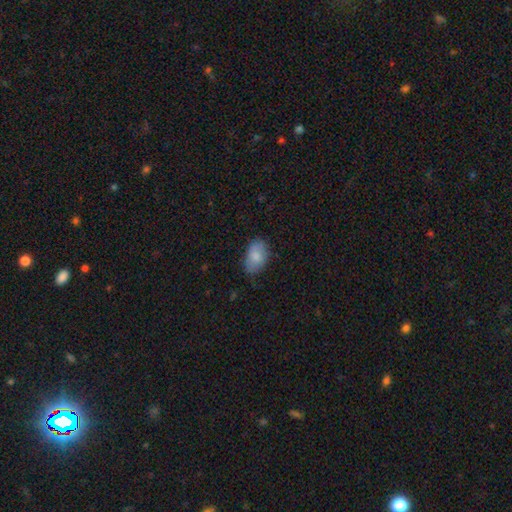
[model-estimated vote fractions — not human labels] Smooth or featured?
  - smooth: 82% *
  - featured or disk: 12%
  - star or artifact: 7%
How rounded?
  - in between: 91% *
  - round: 7%
  - cigar-shaped: 1%
Merging?
  - none: 71% *
  - minor disturbance: 23%
  - major disturbance: 5%
  - merger: 1%